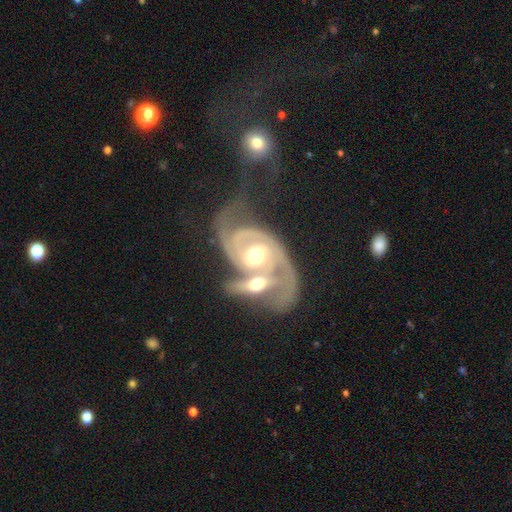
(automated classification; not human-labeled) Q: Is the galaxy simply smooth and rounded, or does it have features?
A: featured or disk — 84%.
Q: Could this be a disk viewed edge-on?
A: no — 94%.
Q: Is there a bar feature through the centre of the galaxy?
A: no — 53%.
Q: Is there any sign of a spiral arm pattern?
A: yes — 91%.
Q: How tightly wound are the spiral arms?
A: tight — 45%.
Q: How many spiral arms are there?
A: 2 — 58%.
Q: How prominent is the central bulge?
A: moderate — 73%.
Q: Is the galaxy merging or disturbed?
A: merger — 74%.